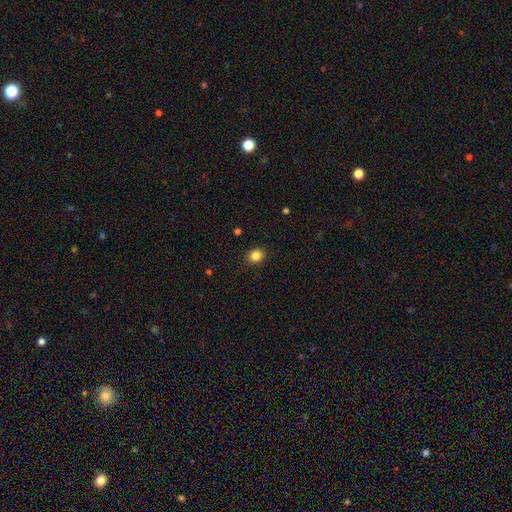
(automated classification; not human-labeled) The model was most divided on "how rounded": round: 73%, in between: 26%, cigar-shaped: 1%. More confident: merging — none (90%); smooth or featured — smooth (84%).